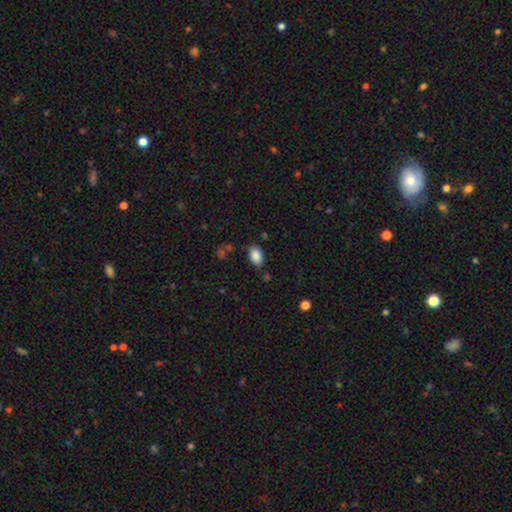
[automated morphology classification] smooth-or-featured: smooth: 88% | star or artifact: 8% | featured or disk: 4%
  how-rounded: in between: 90% | round: 9% | cigar-shaped: 1%
  merging: none: 79% | minor disturbance: 14% | major disturbance: 3% | merger: 3%